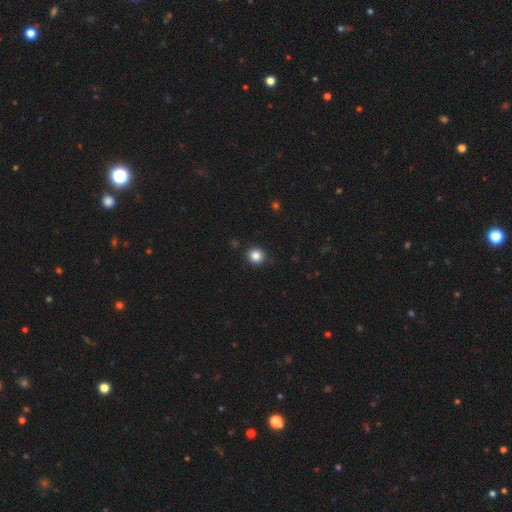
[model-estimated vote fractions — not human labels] Smooth or featured: smooth — 85% (star or artifact — 11%)
How rounded: round — 90% (in between — 9%)
Merging: none — 90% (minor disturbance — 7%)